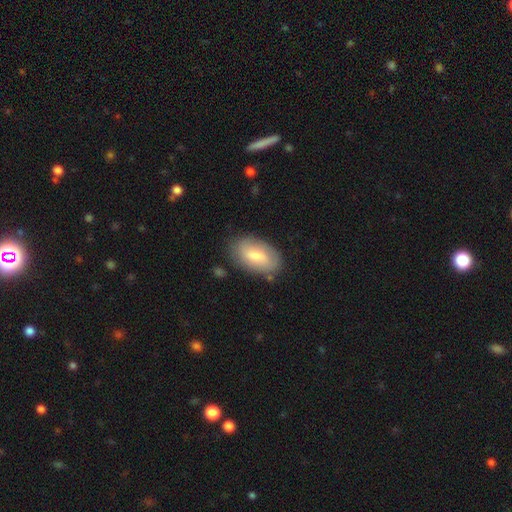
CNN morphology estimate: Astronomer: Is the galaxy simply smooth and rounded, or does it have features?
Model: smooth — 65%.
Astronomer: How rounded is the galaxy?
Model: in between — 93%.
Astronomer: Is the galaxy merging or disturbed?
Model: none — 78%.